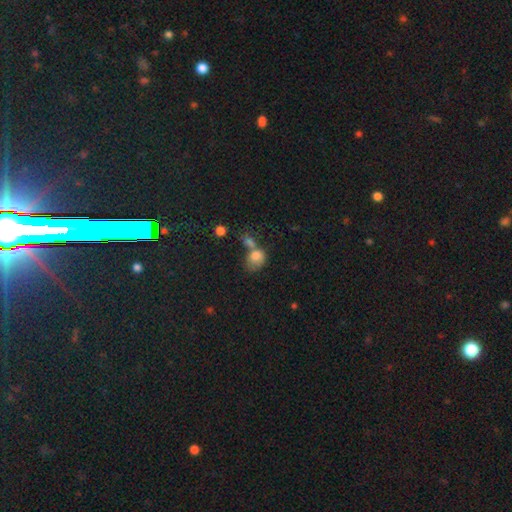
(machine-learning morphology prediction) type=smooth (76%); roundness=in between (61%); merging=merger (50%).